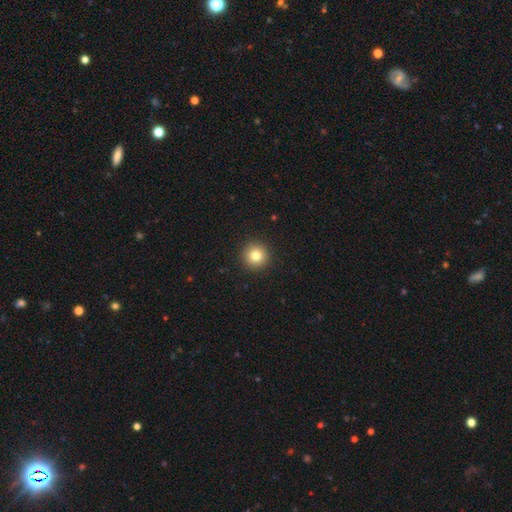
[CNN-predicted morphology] The model was most divided on "smooth or featured": smooth: 81%, star or artifact: 11%, featured or disk: 8%. More confident: how rounded — round (96%); merging — none (93%).